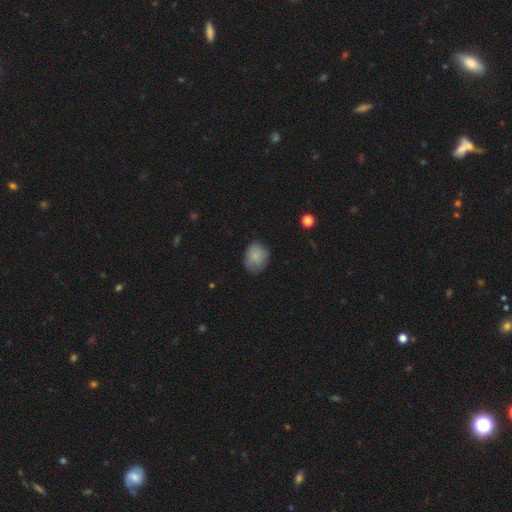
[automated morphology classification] smooth-or-featured: smooth: 80% | featured or disk: 12% | star or artifact: 8%
  how-rounded: round: 56% | in between: 43% | cigar-shaped: 1%
  merging: none: 68% | minor disturbance: 25% | major disturbance: 6% | merger: 1%